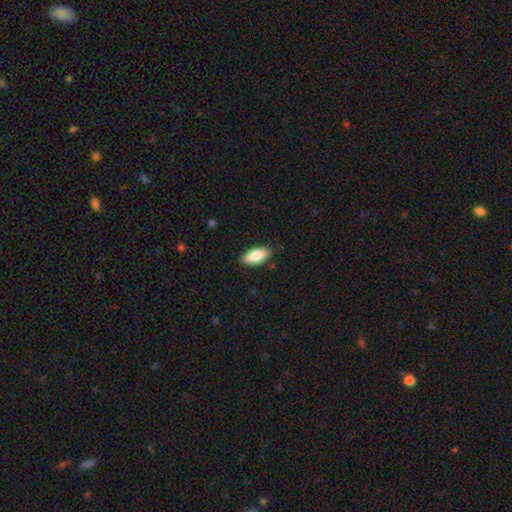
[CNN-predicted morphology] smooth-or-featured: smooth: 81% | featured or disk: 12% | star or artifact: 6%
  how-rounded: in between: 85% | cigar-shaped: 13% | round: 2%
  merging: none: 86% | minor disturbance: 11% | major disturbance: 2% | merger: 1%